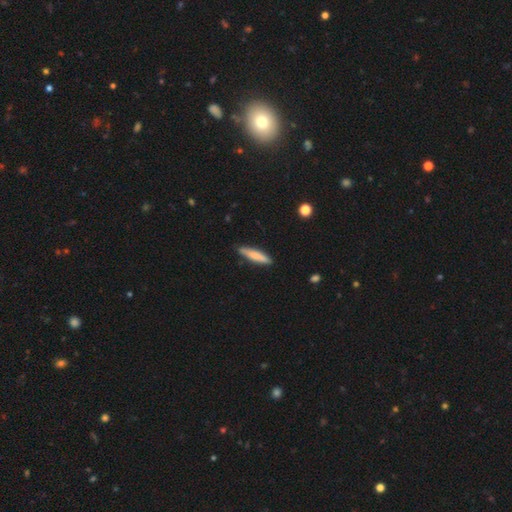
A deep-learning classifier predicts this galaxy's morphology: Smooth or featured: smooth — 75% (featured or disk — 19%)
How rounded: cigar-shaped — 84% (in between — 15%)
Merging: none — 86% (minor disturbance — 11%)